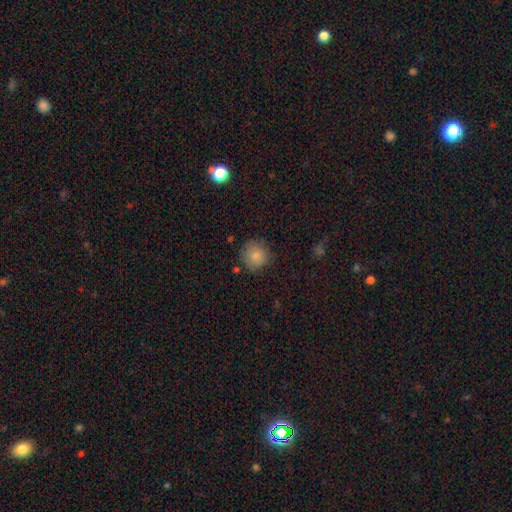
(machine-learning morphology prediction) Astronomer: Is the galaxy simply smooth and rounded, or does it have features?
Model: smooth — 82%.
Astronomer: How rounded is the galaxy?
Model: round — 92%.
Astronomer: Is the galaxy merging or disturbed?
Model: none — 77%.